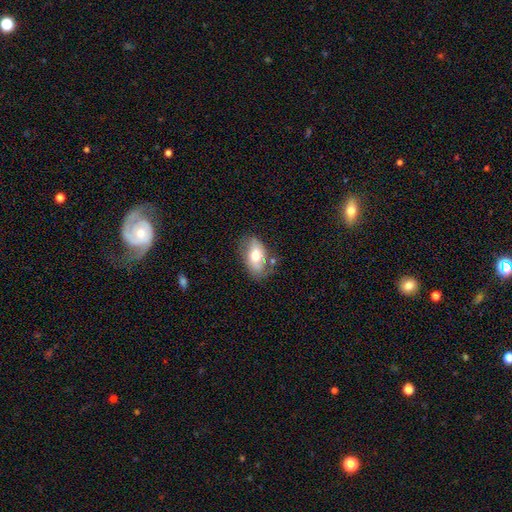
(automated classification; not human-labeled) smooth-or-featured: smooth: 61% | featured or disk: 32% | star or artifact: 7%
  how-rounded: in between: 91% | round: 7% | cigar-shaped: 2%
  merging: none: 59% | minor disturbance: 26% | major disturbance: 9% | merger: 6%